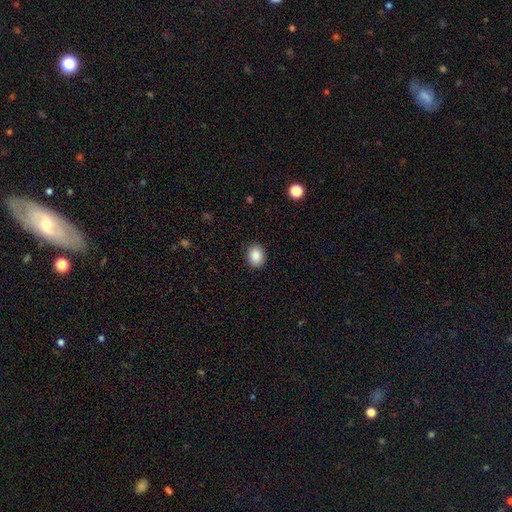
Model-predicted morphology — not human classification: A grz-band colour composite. It shows a smooth galaxy with no disk features (88%) that is in between round and cigar-shaped (54%). Merging: none (88%).